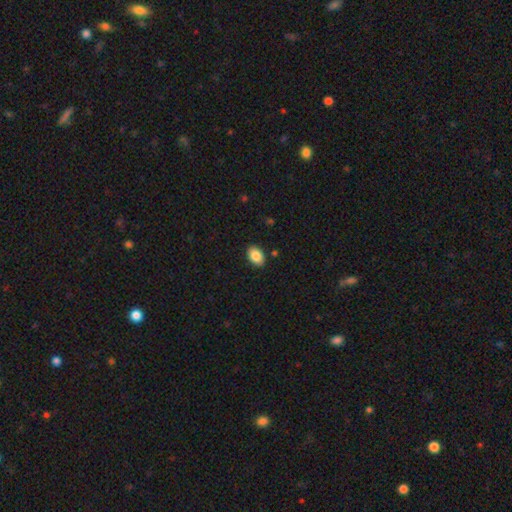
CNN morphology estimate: type=smooth (87%); roundness=in between (87%); merging=none (89%).